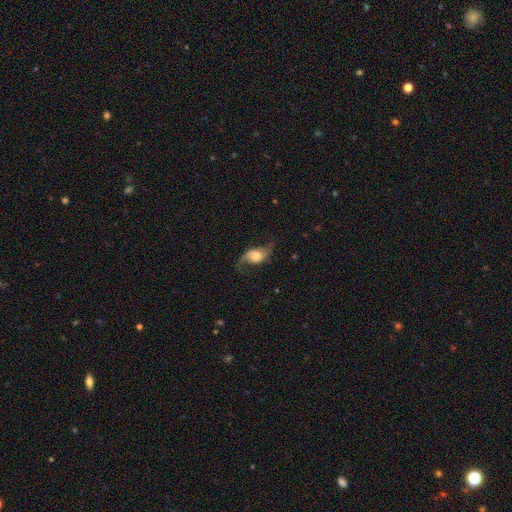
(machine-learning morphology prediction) The model was most divided on "bulge size": moderate: 51%, large: 23%, small: 18%, dominant: 5%, none: 3%. More confident: edge-on disk — no (94%); spiral arms — yes (91%); spiral arm count — 2 (89%); spiral winding — loose (77%); smooth or featured — featured or disk (69%); bar — no (65%); merging — none (63%).